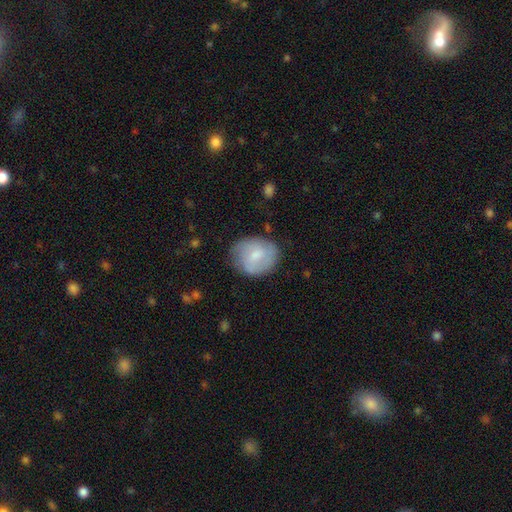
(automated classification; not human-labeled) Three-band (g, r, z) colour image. It shows a smooth galaxy with no disk features (61%) that is round (62%). Merging: none (67%).